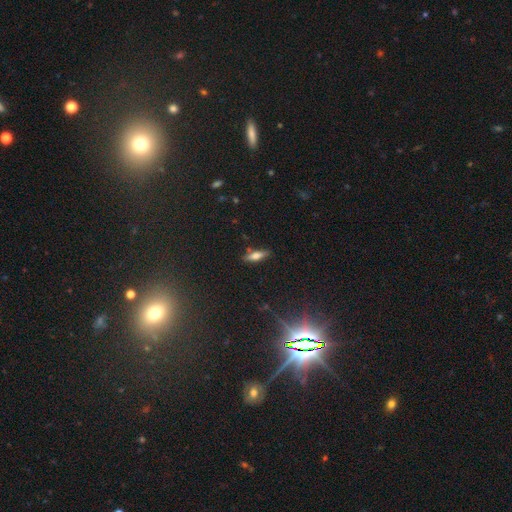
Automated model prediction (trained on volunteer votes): Smooth or featured? Predicted: smooth (p=0.60). How rounded? Predicted: cigar-shaped (p=0.52). Merging? Predicted: none (p=0.83).